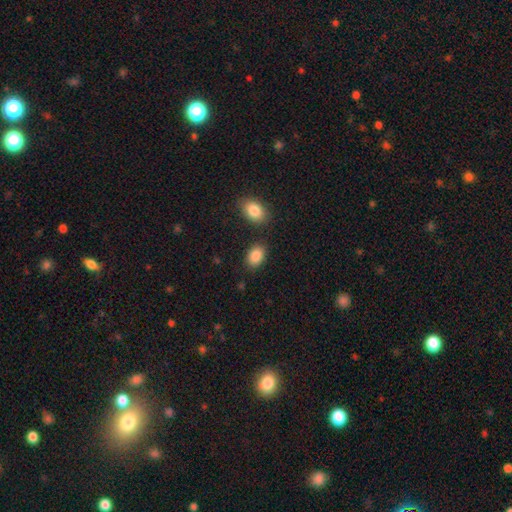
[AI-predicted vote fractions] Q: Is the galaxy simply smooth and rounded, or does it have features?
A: smooth — 87%.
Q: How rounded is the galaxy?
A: in between — 82%.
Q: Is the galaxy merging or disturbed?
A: none — 81%.